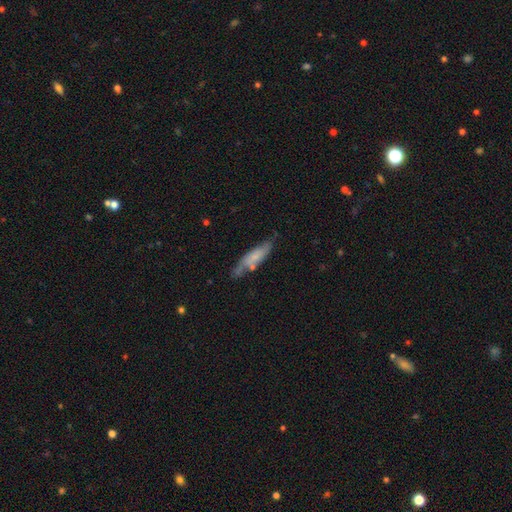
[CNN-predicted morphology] smooth 49%, featured or disk 43%, star or artifact 8%. Down the decision tree: merging — none (61%).